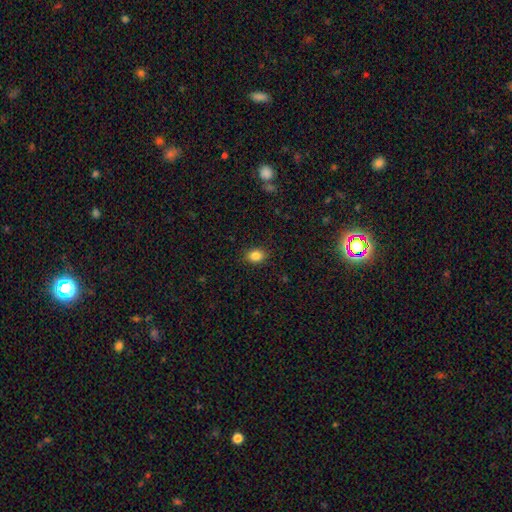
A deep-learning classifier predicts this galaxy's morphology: This is clearly a smooth galaxy (85%). How rounded: likely in between (63%). Merging: clearly none (88%).